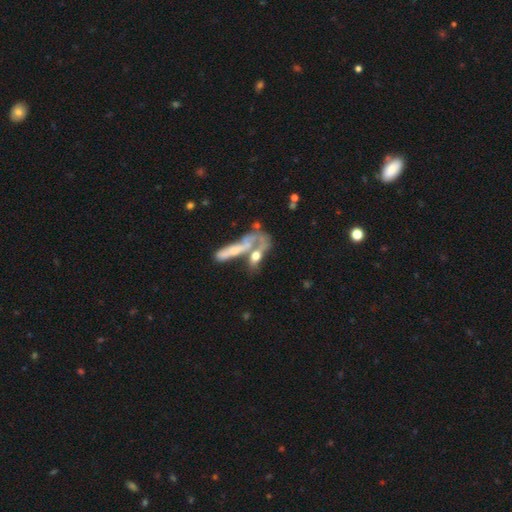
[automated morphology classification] type=featured or disk (47%); merging=merger (56%).